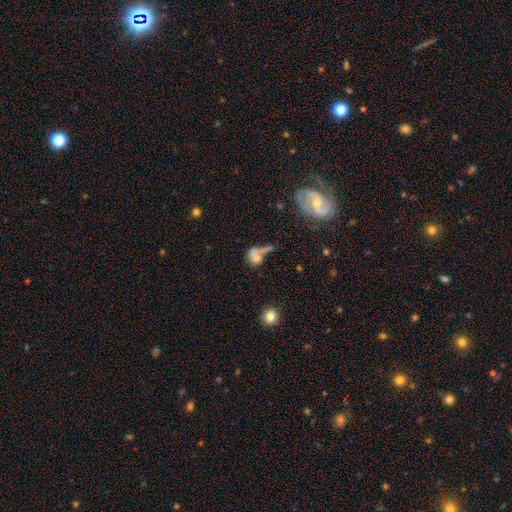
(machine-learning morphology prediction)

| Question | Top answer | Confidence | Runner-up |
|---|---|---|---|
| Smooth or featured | smooth | 61% | featured or disk (25%) |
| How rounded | in between | 56% | round (38%) |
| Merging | merger | 43% | none (24%) |